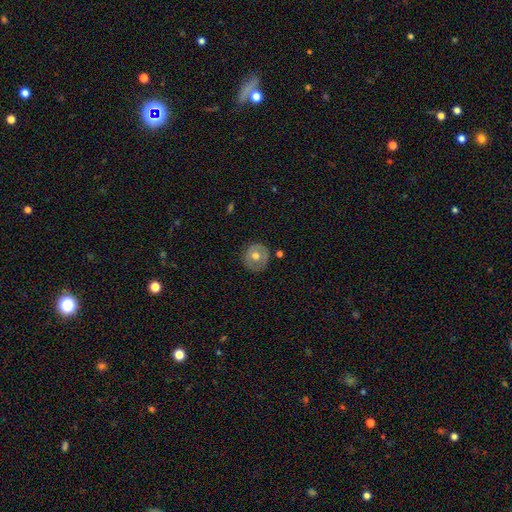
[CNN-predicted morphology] Overall: smooth (52%; featured or disk 41%). How rounded: round (90%). Merging: none (83%).